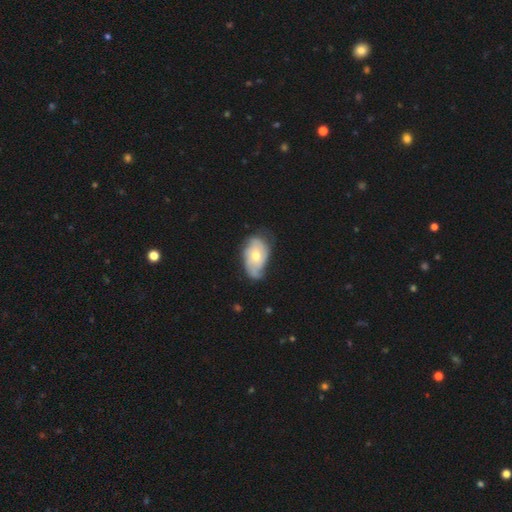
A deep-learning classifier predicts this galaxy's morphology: Smooth or featured?
  - featured or disk: 56% *
  - smooth: 38%
  - star or artifact: 6%
Edge-on disk?
  - no: 95% *
  - yes: 5%
Bar?
  - no: 75% *
  - weak: 21%
  - strong: 4%
Spiral arms?
  - yes: 73% *
  - no: 27%
Bulge size?
  - moderate: 68% *
  - small: 26%
  - large: 4%
  - none: 1%
  - dominant: 1%
Merging?
  - none: 51% *
  - minor disturbance: 36%
  - major disturbance: 11%
  - merger: 2%